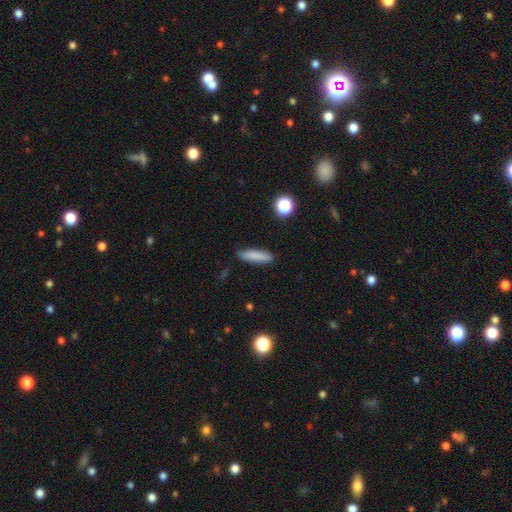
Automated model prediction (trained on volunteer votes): Smooth or featured? Predicted: smooth (p=0.83). How rounded? Predicted: cigar-shaped (p=0.76). Merging? Predicted: none (p=0.86).